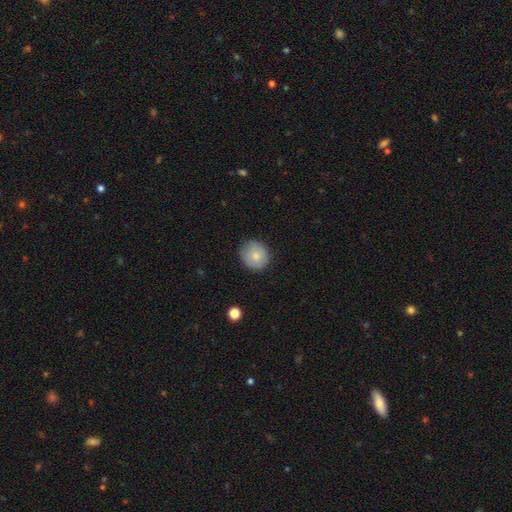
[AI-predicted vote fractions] Morphology: type=smooth (78%); roundness=round (80%); merging=none (78%).